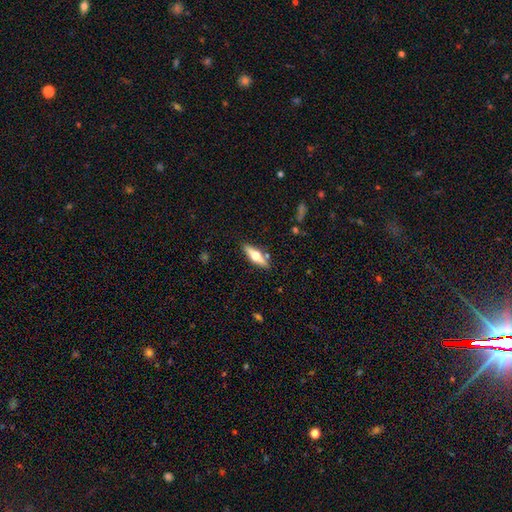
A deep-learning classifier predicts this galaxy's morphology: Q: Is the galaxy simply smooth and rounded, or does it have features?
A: featured or disk — 50%.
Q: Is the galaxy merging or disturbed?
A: none — 85%.